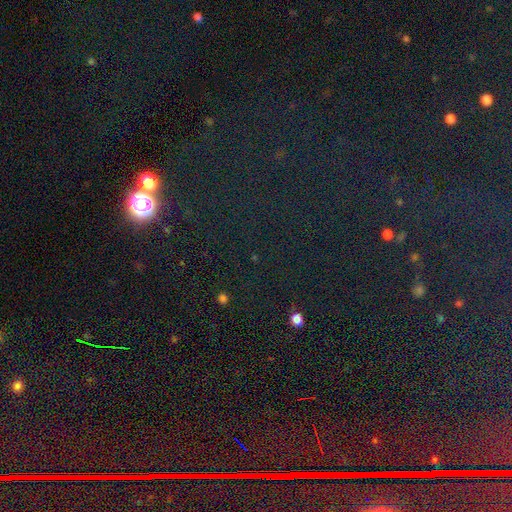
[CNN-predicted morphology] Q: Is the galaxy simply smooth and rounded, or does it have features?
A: star or artifact — 81%.